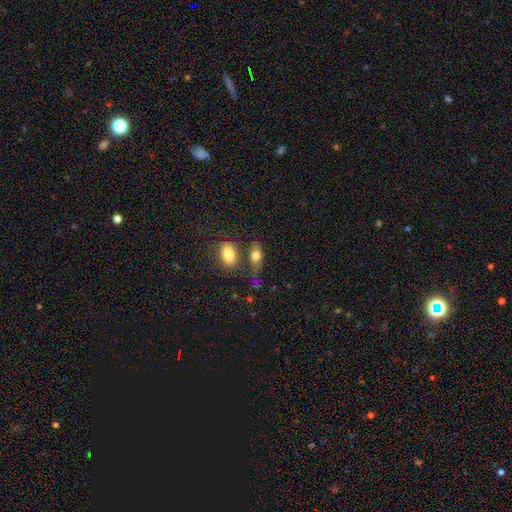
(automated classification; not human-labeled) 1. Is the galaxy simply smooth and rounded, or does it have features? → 77% smooth, 14% featured or disk, 8% star or artifact.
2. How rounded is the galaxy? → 83% in between, 10% round, 7% cigar-shaped.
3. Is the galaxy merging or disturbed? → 54% none, 21% merger, 17% minor disturbance, 8% major disturbance.